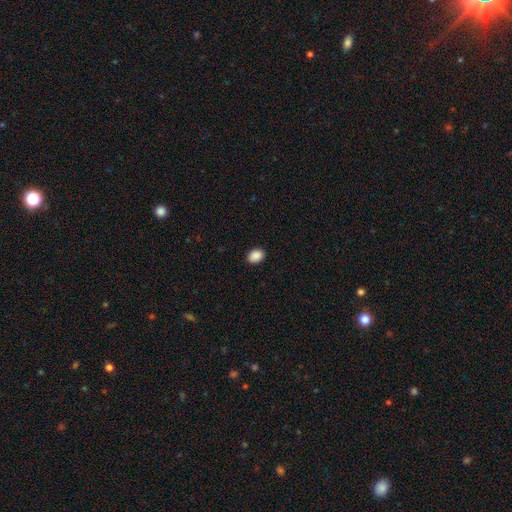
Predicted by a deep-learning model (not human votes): smooth 90%, star or artifact 8%, featured or disk 2%. Down the decision tree: how rounded — in between (74%); merging — none (90%).